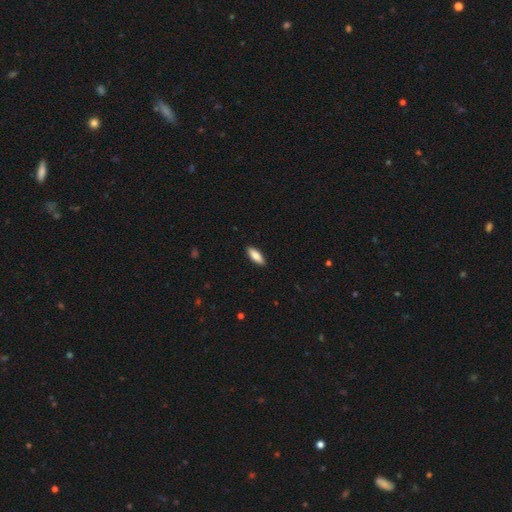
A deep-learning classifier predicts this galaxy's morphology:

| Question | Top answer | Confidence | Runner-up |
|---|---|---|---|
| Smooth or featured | smooth | 83% | featured or disk (11%) |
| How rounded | in between | 65% | cigar-shaped (33%) |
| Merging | none | 90% | minor disturbance (8%) |